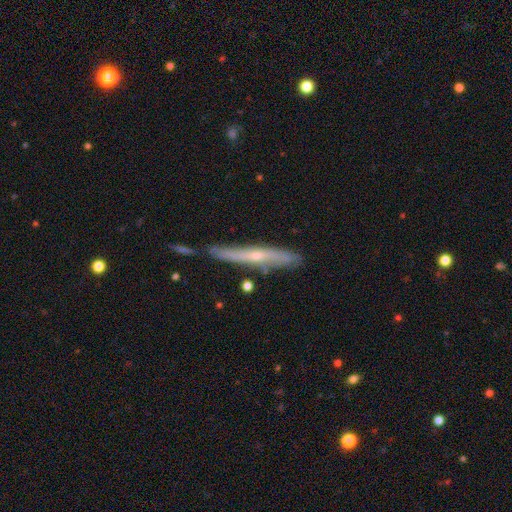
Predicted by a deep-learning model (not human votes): This is likely a featured or disk galaxy (62%). It is clearly viewed edge-on (85%). Edge-on bulge: possibly rounded (59%). Merging: likely none (66%).